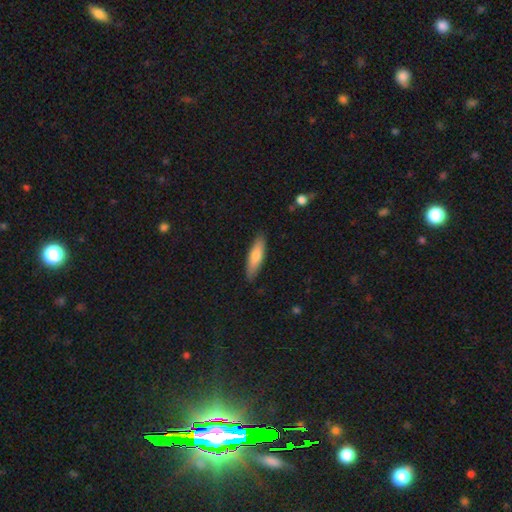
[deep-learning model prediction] smooth_or_featured: smooth (p=0.72) [alt: featured or disk p=0.22]
how_rounded: cigar-shaped (p=0.64) [alt: in between p=0.34]
merging: none (p=0.86) [alt: minor disturbance p=0.11]